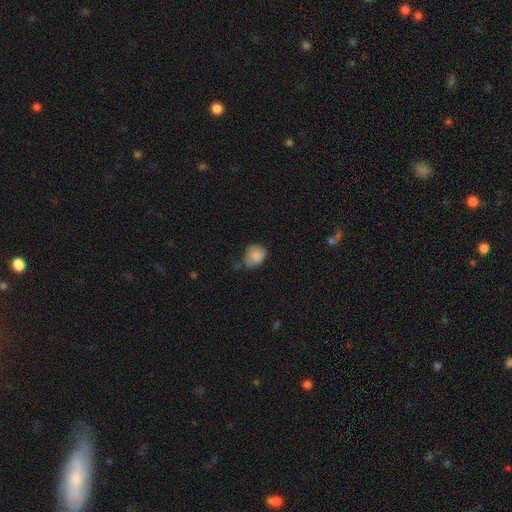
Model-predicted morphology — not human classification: This is clearly a smooth galaxy (82%). How rounded: possibly round (52%). Merging: possibly none (45%).